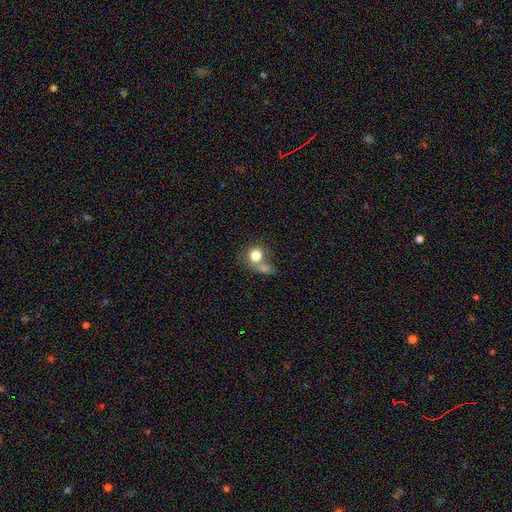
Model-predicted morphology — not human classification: smooth-or-featured: smooth: 79% | featured or disk: 12% | star or artifact: 10%
  how-rounded: round: 78% | in between: 21% | cigar-shaped: 1%
  merging: merger: 43% | none: 38% | minor disturbance: 11% | major disturbance: 9%